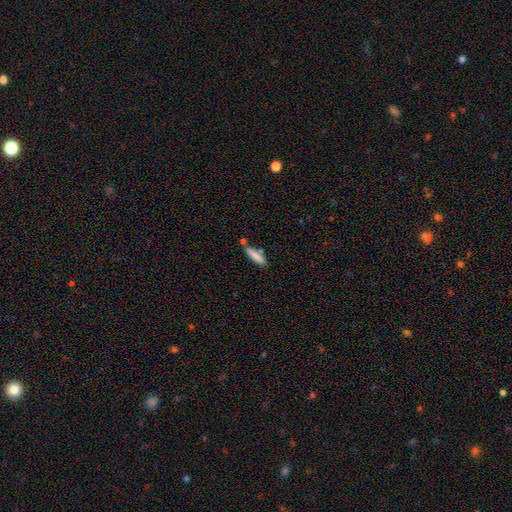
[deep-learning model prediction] Smooth or featured? smooth (83%)
How rounded? cigar-shaped (74%)
Merging? none (66%)